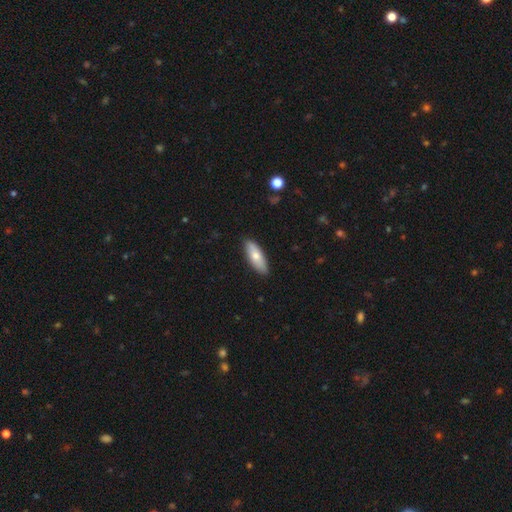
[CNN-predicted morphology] smooth_or_featured: smooth (p=0.72) [alt: featured or disk p=0.22]
how_rounded: in between (p=0.59) [alt: cigar-shaped p=0.39]
merging: none (p=0.89) [alt: minor disturbance p=0.09]